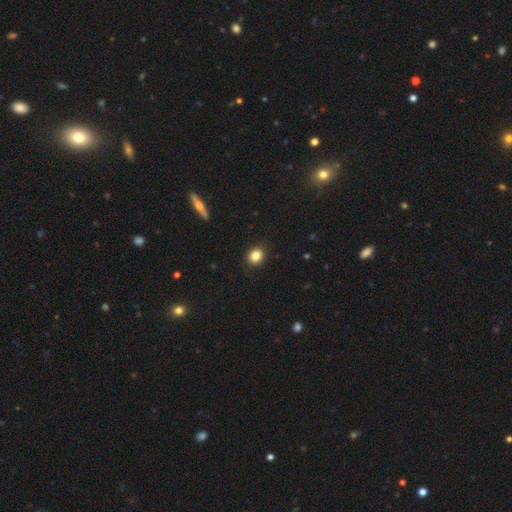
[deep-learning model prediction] Smooth or featured: smooth — 85% (star or artifact — 10%)
How rounded: round — 64% (in between — 35%)
Merging: none — 90% (minor disturbance — 7%)